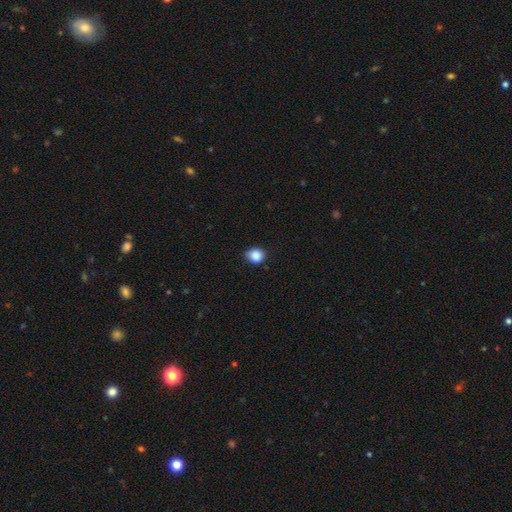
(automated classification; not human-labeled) smooth-or-featured: smooth: 87% | star or artifact: 10% | featured or disk: 3%
  how-rounded: round: 72% | in between: 28% | cigar-shaped: 1%
  merging: none: 79% | minor disturbance: 17% | major disturbance: 3% | merger: 1%